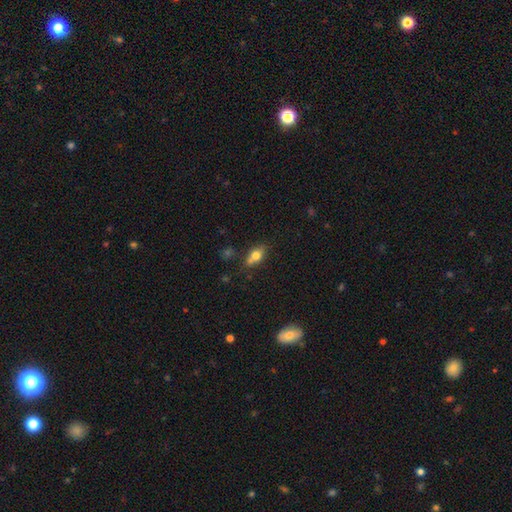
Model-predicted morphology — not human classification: smooth-or-featured: smooth: 72% | featured or disk: 17% | star or artifact: 11%
  how-rounded: in between: 70% | round: 24% | cigar-shaped: 6%
  merging: none: 55% | merger: 21% | minor disturbance: 18% | major disturbance: 5%